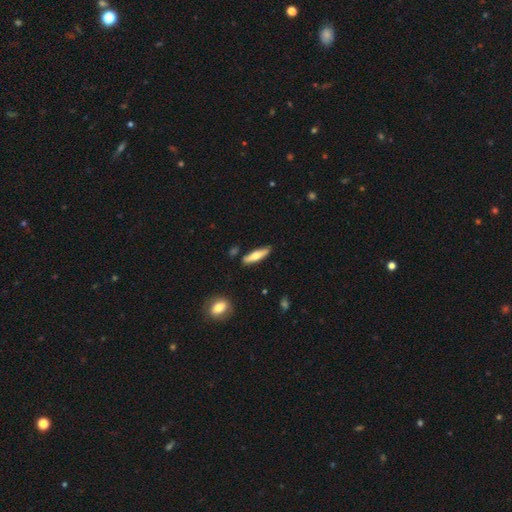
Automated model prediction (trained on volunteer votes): This is possibly a smooth galaxy (58%). How rounded: likely cigar-shaped (75%). Merging: clearly none (86%).